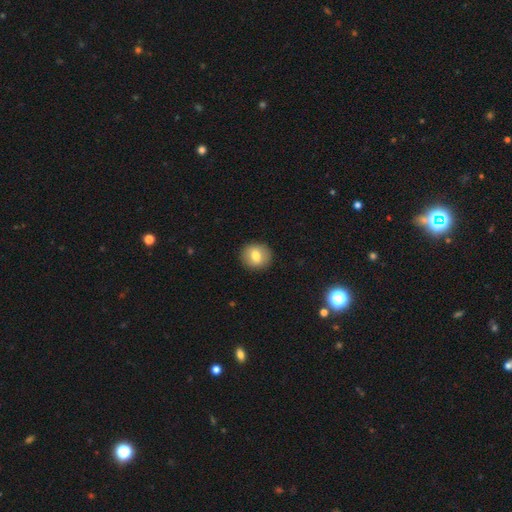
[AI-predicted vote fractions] Q: Smooth or featured?
A: smooth (74%); runner-up: featured or disk (18%)
Q: How rounded?
A: round (81%); runner-up: in between (18%)
Q: Merging?
A: none (90%); runner-up: minor disturbance (7%)